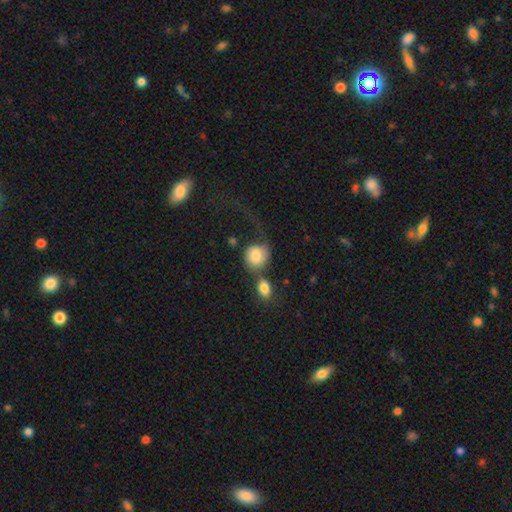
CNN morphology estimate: This appears to be a smooth galaxy with no disk features (76%) that is round (73%). Merging: merger (34%).